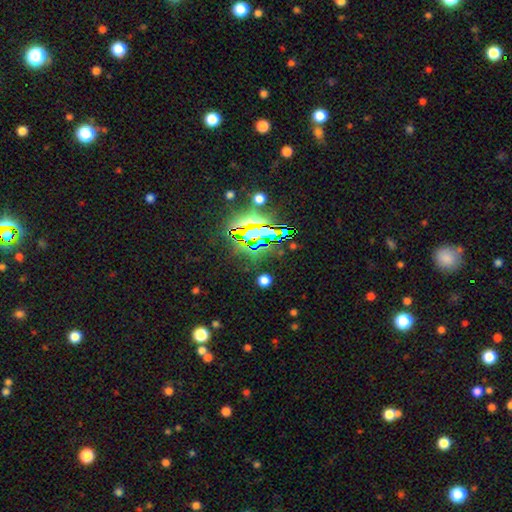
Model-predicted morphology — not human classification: Smooth or featured? star or artifact (82%)